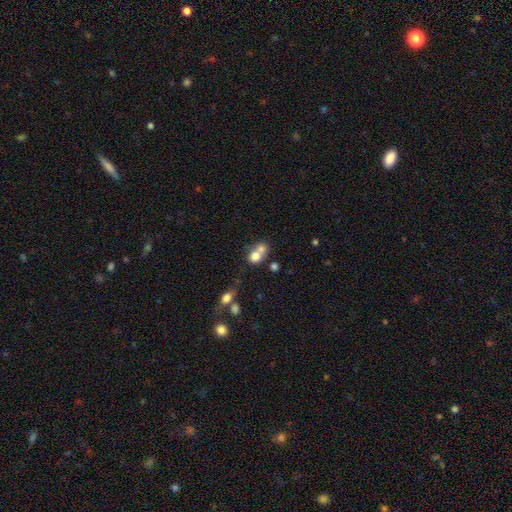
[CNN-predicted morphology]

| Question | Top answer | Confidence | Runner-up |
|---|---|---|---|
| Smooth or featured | smooth | 72% | featured or disk (16%) |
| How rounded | round | 73% | in between (26%) |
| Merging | merger | 58% | none (30%) |